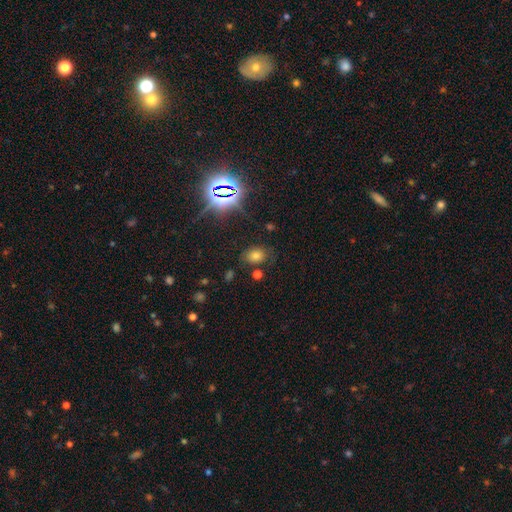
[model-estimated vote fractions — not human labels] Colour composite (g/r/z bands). It shows a smooth galaxy with no disk features (65%) that is in between round and cigar-shaped (67%). Merging: none (76%).